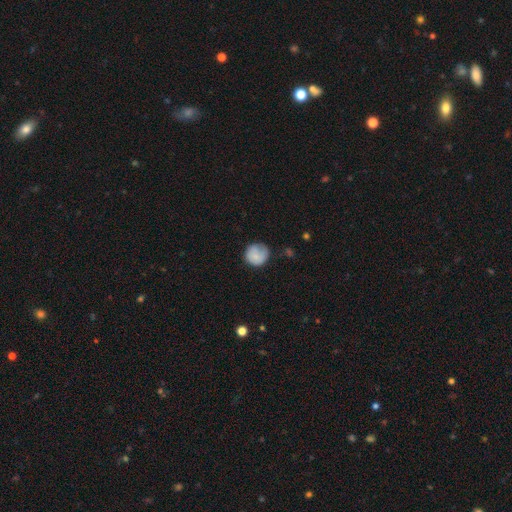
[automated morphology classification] Smooth or featured? Predicted: smooth (p=0.81). How rounded? Predicted: round (p=0.89). Merging? Predicted: none (p=0.62).